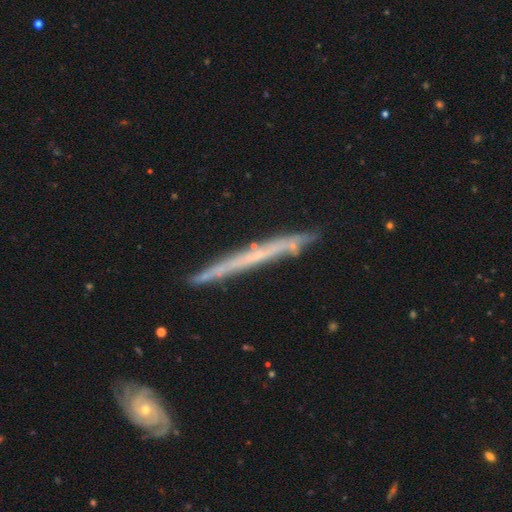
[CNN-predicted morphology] Smooth or featured? Predicted: featured or disk (p=0.64). Edge-on disk? Predicted: yes (p=0.95). Edge-on bulge? Predicted: none (p=0.88). Merging? Predicted: none (p=0.84).